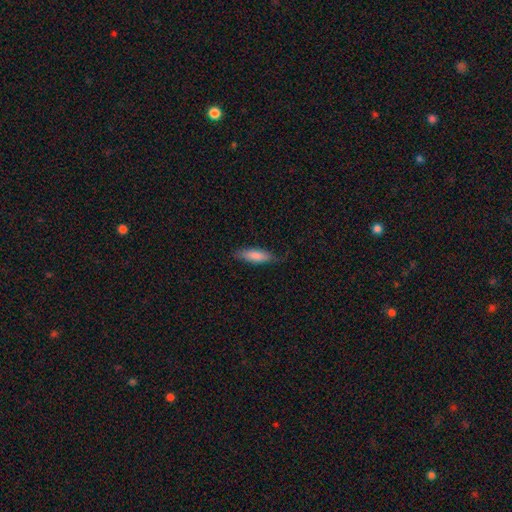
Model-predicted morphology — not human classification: Smooth or featured? Predicted: smooth (p=0.81). How rounded? Predicted: cigar-shaped (p=0.50). Merging? Predicted: none (p=0.74).